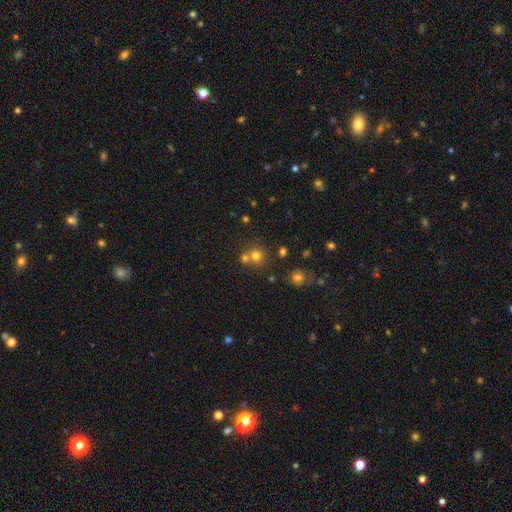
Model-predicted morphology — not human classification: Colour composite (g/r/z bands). It shows a smooth galaxy with no disk features (71%) that is round (89%). Merging: none (57%).